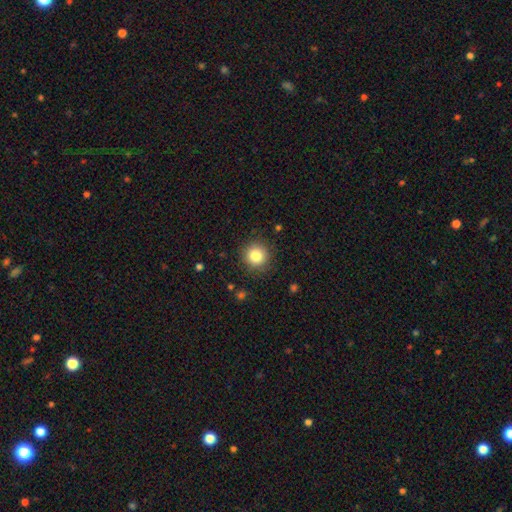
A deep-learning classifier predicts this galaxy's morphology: The model was most divided on "smooth or featured": smooth: 83%, star or artifact: 11%, featured or disk: 6%. More confident: how rounded — round (94%); merging — none (89%).